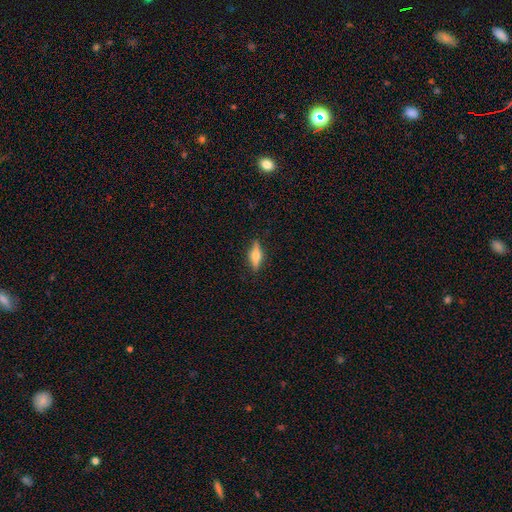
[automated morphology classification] Smooth or featured?
  - featured or disk: 48% *
  - smooth: 45%
  - star or artifact: 8%
Merging?
  - none: 86% *
  - minor disturbance: 10%
  - major disturbance: 2%
  - merger: 1%